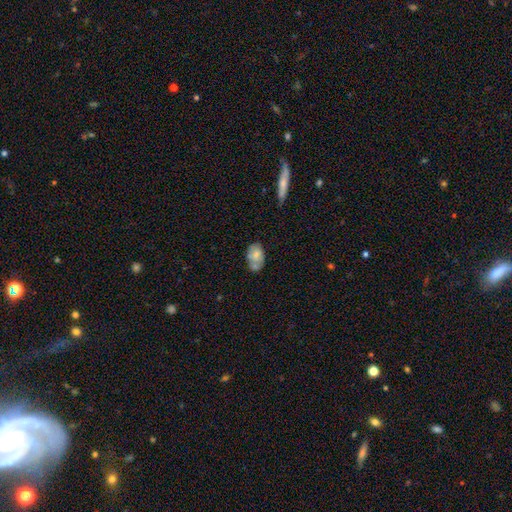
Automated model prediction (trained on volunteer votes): A smooth galaxy with no disk features (67%) that is in between round and cigar-shaped (89%). Merging: none (47%).